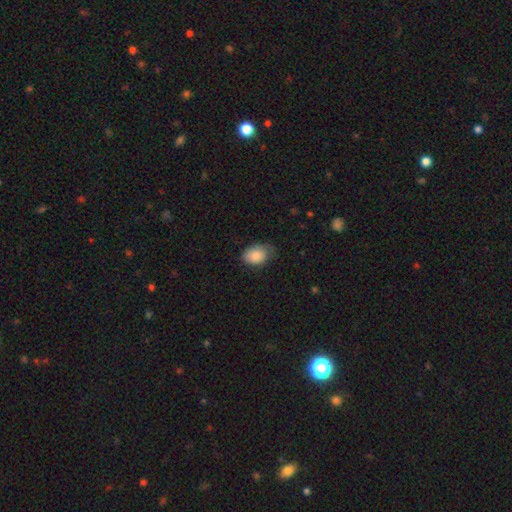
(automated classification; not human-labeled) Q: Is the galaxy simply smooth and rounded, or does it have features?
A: smooth — 81%.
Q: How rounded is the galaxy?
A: in between — 83%.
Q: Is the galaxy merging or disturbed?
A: none — 54%.